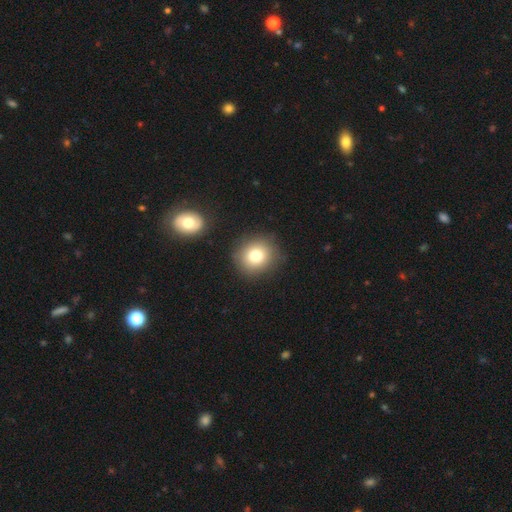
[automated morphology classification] smooth 77%, star or artifact 12%, featured or disk 11%. Down the decision tree: how rounded — round (85%); merging — none (85%).